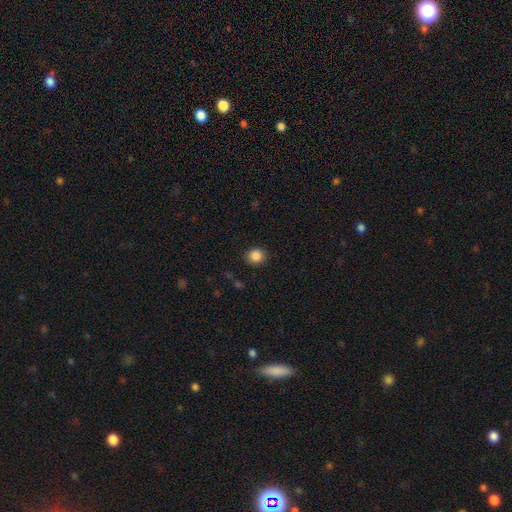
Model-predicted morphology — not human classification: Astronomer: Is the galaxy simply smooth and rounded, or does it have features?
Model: smooth — 86%.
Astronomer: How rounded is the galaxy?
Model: round — 84%.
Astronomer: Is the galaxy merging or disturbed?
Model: none — 89%.